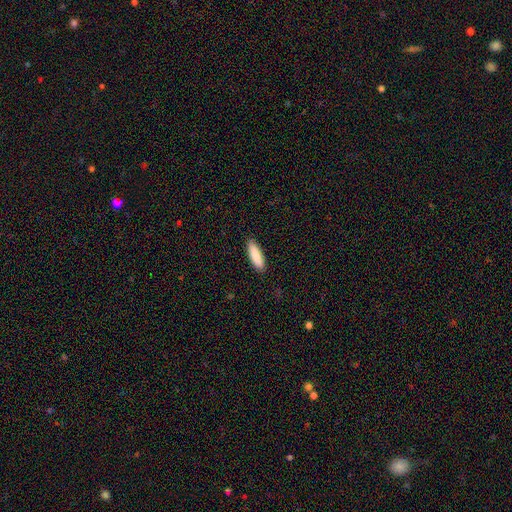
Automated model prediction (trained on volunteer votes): smooth_or_featured: smooth (p=0.89) [alt: featured or disk p=0.06]
how_rounded: cigar-shaped (p=0.58) [alt: in between p=0.41]
merging: none (p=0.90) [alt: minor disturbance p=0.07]